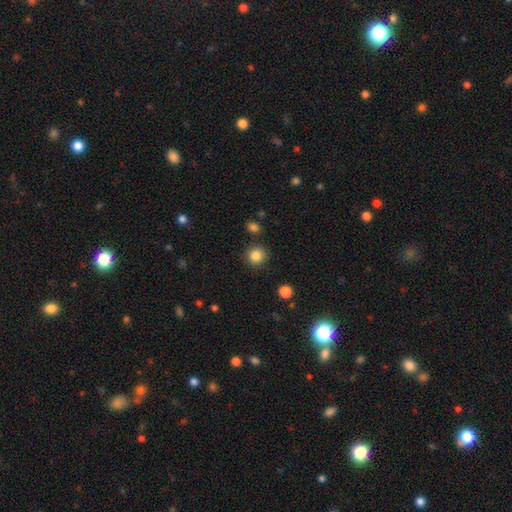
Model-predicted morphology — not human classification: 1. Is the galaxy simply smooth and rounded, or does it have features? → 85% smooth, 11% star or artifact, 4% featured or disk.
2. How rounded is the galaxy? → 92% round, 7% in between, 1% cigar-shaped.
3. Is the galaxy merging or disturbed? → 87% none, 7% minor disturbance, 3% merger, 3% major disturbance.